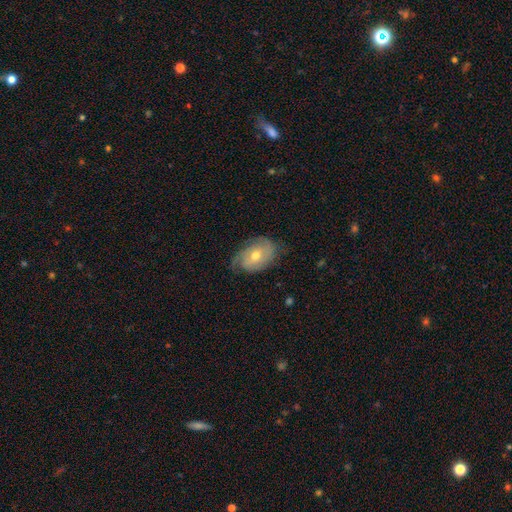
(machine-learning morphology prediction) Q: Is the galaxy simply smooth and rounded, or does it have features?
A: featured or disk — 66%.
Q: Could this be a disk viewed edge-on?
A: no — 94%.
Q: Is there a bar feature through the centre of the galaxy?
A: no — 65%.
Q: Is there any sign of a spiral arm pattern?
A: yes — 84%.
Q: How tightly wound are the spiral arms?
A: tight — 48%.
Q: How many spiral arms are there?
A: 2 — 44%.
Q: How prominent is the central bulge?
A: moderate — 64%.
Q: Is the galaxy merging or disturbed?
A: none — 64%.